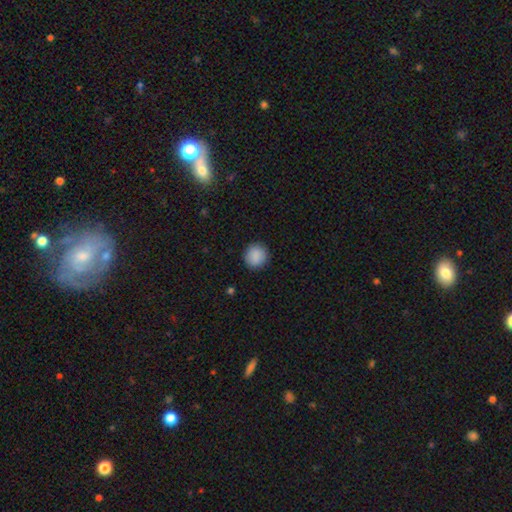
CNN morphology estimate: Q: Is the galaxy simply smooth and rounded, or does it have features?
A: smooth — 90%.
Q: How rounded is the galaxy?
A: round — 93%.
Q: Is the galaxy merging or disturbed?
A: none — 92%.